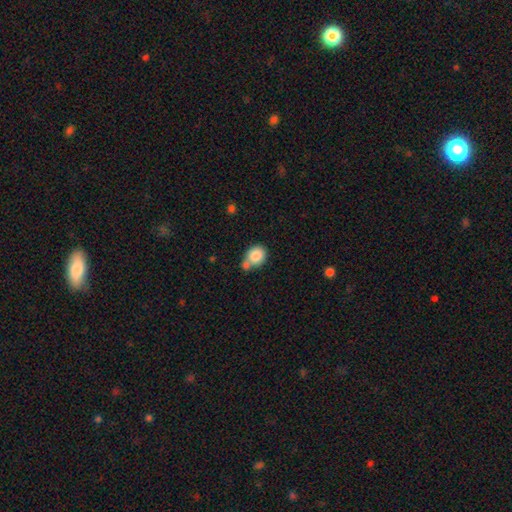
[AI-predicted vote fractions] Q: Smooth or featured?
A: smooth (84%); runner-up: star or artifact (8%)
Q: How rounded?
A: round (65%); runner-up: in between (34%)
Q: Merging?
A: none (46%); runner-up: merger (34%)